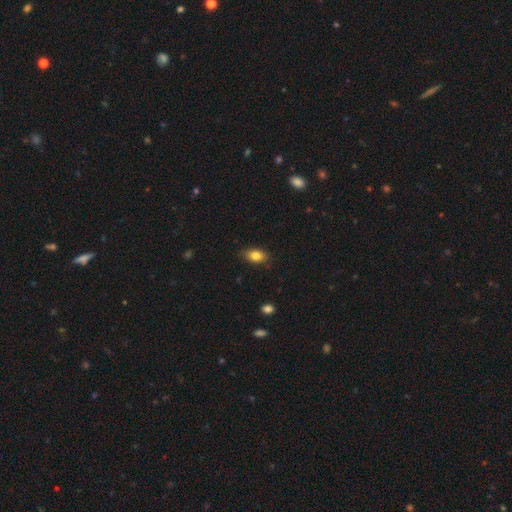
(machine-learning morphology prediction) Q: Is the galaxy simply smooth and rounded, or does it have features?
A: smooth — 83%.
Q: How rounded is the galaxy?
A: in between — 86%.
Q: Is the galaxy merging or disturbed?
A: none — 82%.